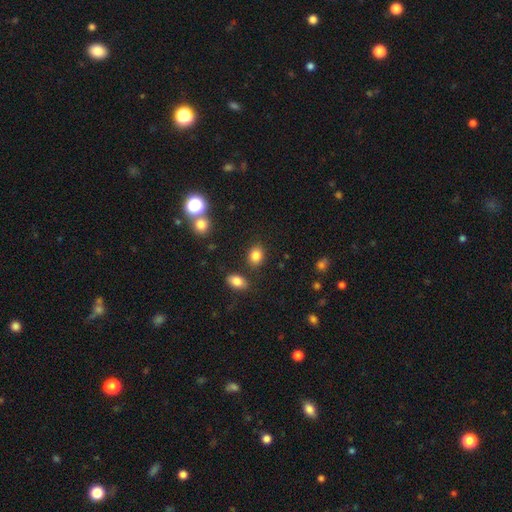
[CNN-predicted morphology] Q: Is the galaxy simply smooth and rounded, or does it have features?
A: smooth — 83%.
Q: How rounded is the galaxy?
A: in between — 50%.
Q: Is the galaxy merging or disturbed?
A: none — 82%.